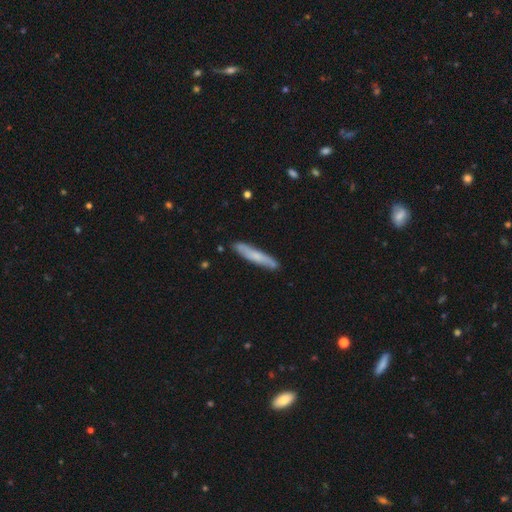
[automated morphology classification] A smooth galaxy with no disk features (61%) that is cigar-shaped (93%). Merging: none (84%).